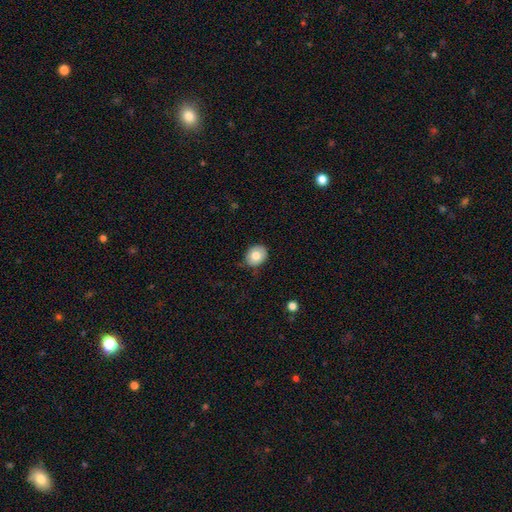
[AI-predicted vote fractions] smooth 77%, featured or disk 15%, star or artifact 8%. Down the decision tree: how rounded — round (59%); merging — none (79%).